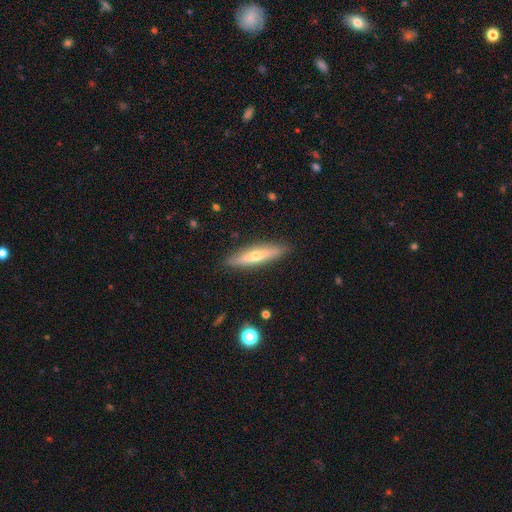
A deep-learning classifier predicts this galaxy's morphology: Smooth or featured: featured or disk — 47% (smooth — 46%)
Merging: none — 88% (minor disturbance — 9%)